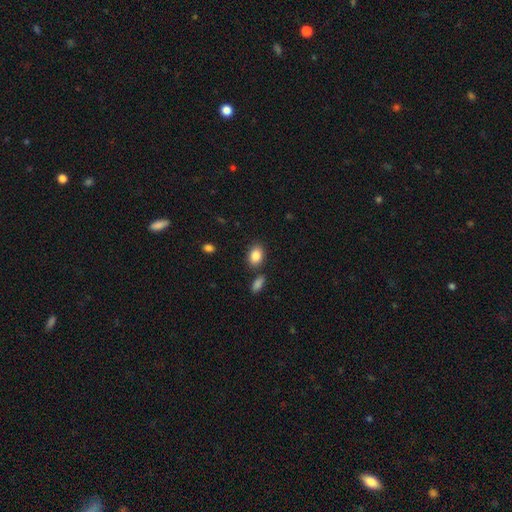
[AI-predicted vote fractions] Overall: smooth (86%). How rounded: in between (79%). Merging: none (79%).